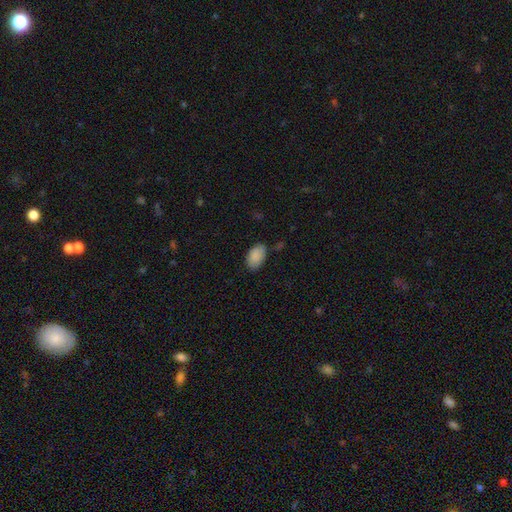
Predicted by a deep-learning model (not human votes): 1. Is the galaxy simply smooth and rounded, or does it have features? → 88% smooth, 7% star or artifact, 5% featured or disk.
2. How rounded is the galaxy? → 92% in between, 7% round, 1% cigar-shaped.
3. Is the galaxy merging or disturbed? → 74% none, 20% minor disturbance, 4% major disturbance, 3% merger.